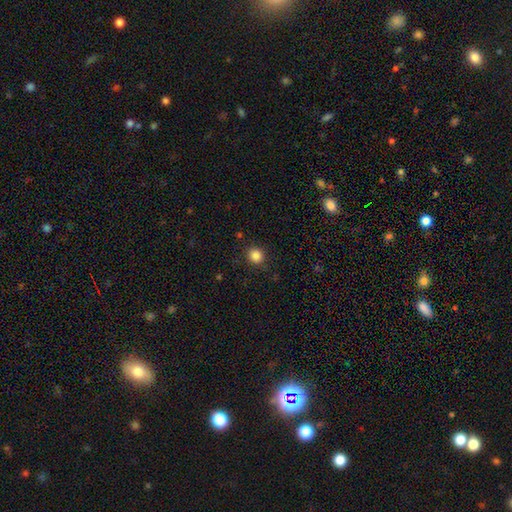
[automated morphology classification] smooth 86%, star or artifact 11%, featured or disk 4%. Down the decision tree: how rounded — round (85%); merging — none (89%).